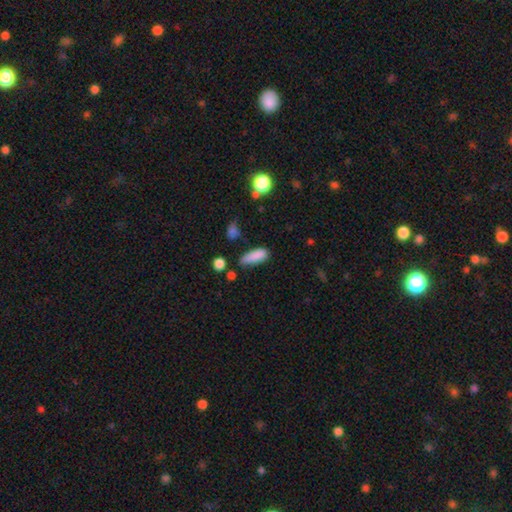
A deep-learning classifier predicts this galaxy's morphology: Smooth or featured? Predicted: smooth (p=0.83). How rounded? Predicted: in between (p=0.63). Merging? Predicted: none (p=0.53).